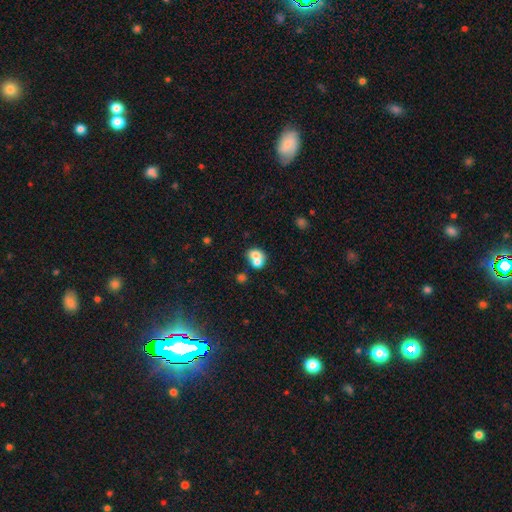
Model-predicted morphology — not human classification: Smooth or featured? smooth (69%)
How rounded? round (56%)
Merging? merger (62%)